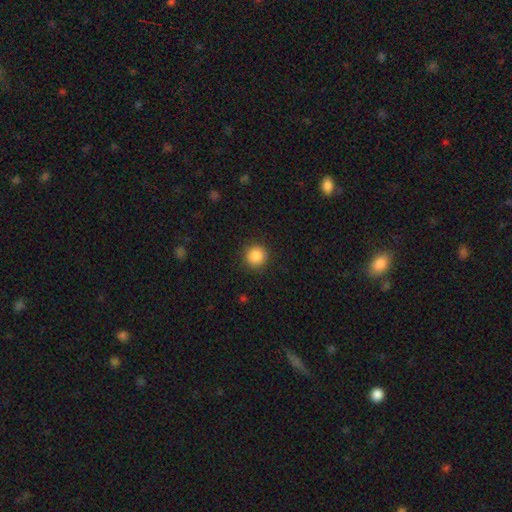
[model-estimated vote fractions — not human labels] smooth 88%, star or artifact 9%, featured or disk 3%. Down the decision tree: how rounded — round (94%); merging — none (91%).